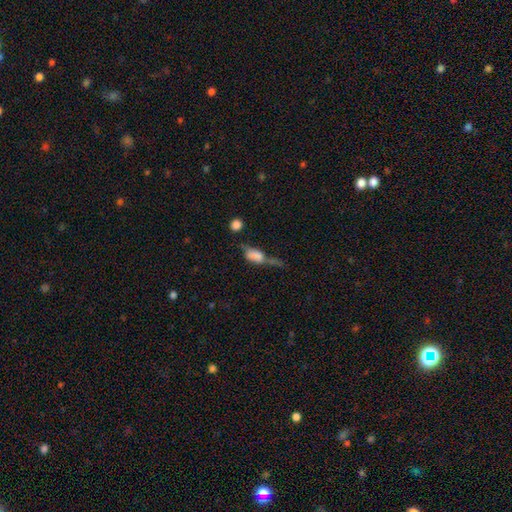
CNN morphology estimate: smooth_or_featured: smooth (p=0.59) [alt: featured or disk p=0.29]
how_rounded: in between (p=0.72) [alt: cigar-shaped p=0.17]
merging: major disturbance (p=0.30) [alt: none p=0.25]